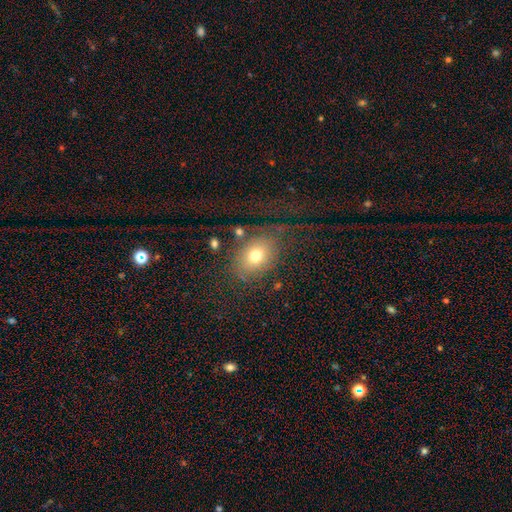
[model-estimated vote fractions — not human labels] This is possibly a smooth galaxy (57%). How rounded: likely in between (67%). Merging: possibly none (48%).